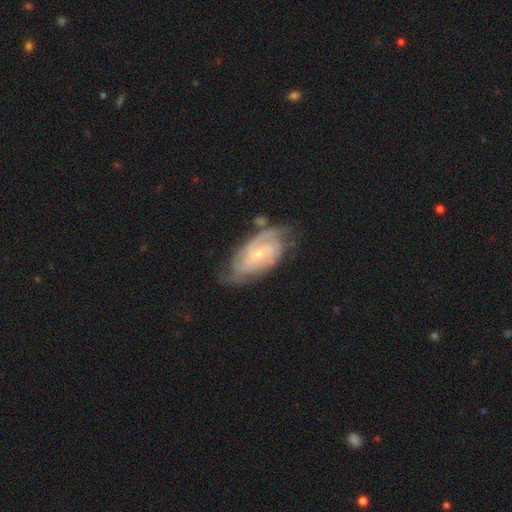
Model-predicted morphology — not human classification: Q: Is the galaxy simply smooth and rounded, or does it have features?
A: featured or disk — 76%.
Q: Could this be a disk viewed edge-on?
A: no — 94%.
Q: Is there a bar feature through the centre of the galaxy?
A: no — 56%.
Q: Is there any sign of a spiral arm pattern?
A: yes — 93%.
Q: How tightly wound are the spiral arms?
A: tight — 58%.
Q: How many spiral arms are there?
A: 2 — 34%.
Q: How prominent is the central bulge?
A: small — 71%.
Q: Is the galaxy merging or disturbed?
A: none — 72%.